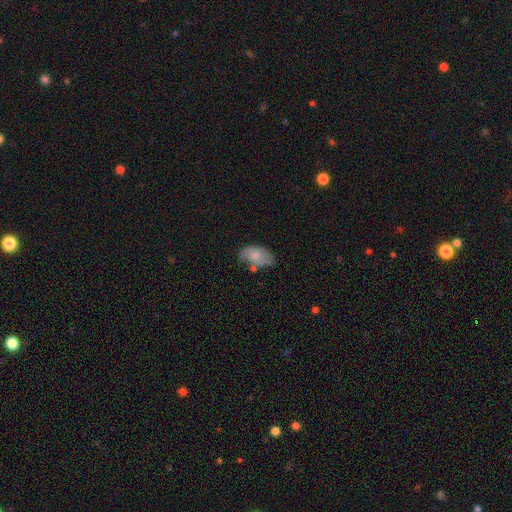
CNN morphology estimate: type=smooth (67%); roundness=in between (92%); merging=none (48%).